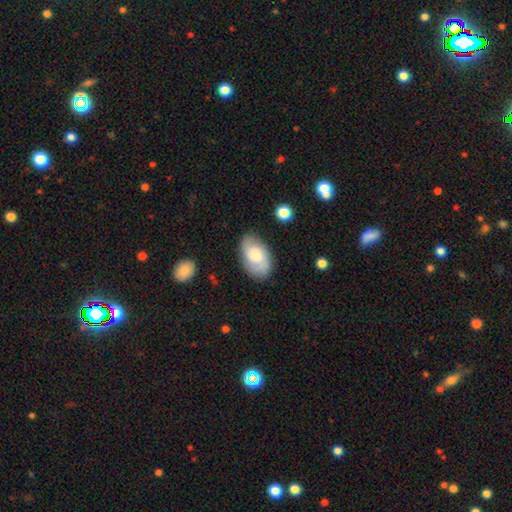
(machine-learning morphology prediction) A smooth galaxy with no disk features (63%) that is in between round and cigar-shaped (92%). Merging: none (76%).